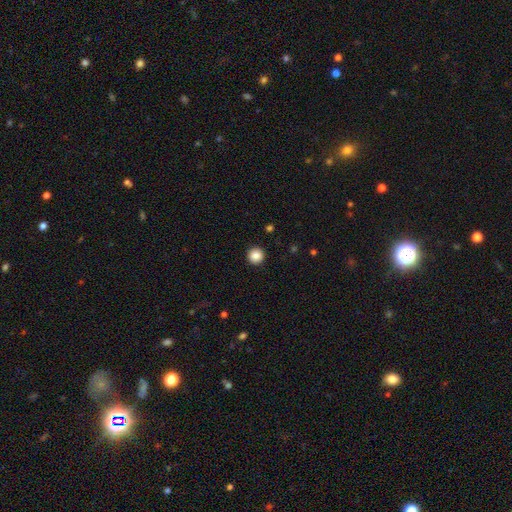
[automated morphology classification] smooth-or-featured: smooth: 87% | star or artifact: 10% | featured or disk: 3%
  how-rounded: round: 96% | in between: 3% | cigar-shaped: 1%
  merging: none: 93% | minor disturbance: 4% | major disturbance: 2% | merger: 1%